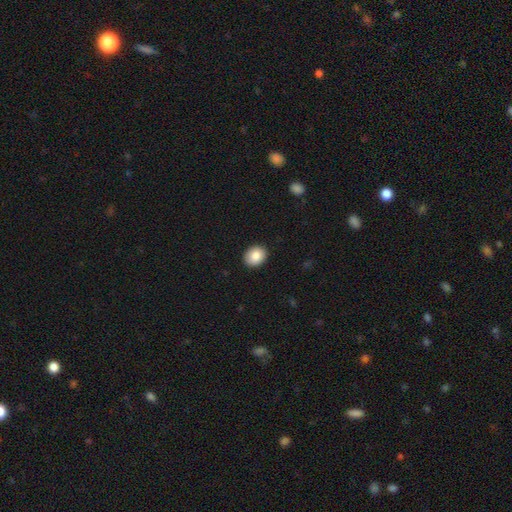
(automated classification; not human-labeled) Smooth or featured? Predicted: smooth (p=0.86). How rounded? Predicted: round (p=0.50). Merging? Predicted: none (p=0.90).